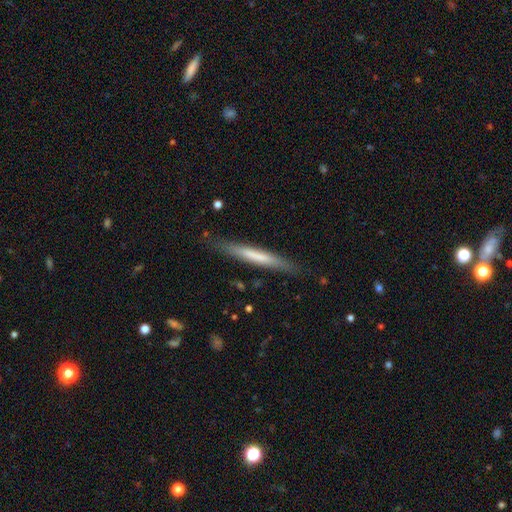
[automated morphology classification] This is possibly a smooth galaxy (56%). How rounded: clearly cigar-shaped (96%). Merging: clearly none (85%).